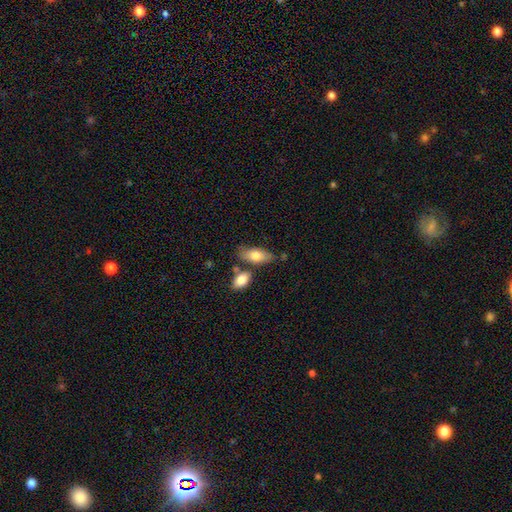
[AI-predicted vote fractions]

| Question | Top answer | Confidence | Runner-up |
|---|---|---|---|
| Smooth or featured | smooth | 76% | featured or disk (18%) |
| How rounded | in between | 86% | cigar-shaped (11%) |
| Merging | none | 65% | merger (17%) |